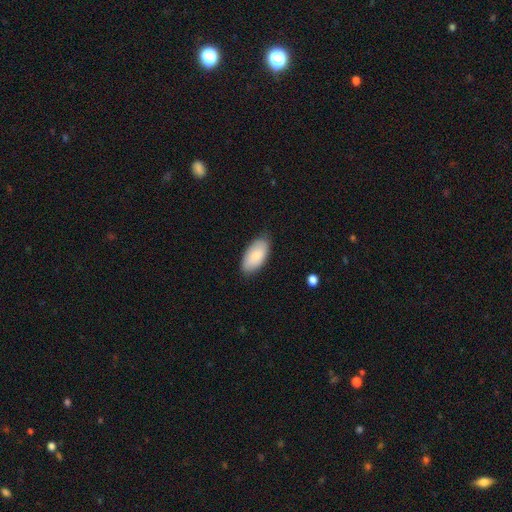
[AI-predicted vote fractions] Morphology: type=smooth (83%); roundness=in between (94%); merging=none (81%).